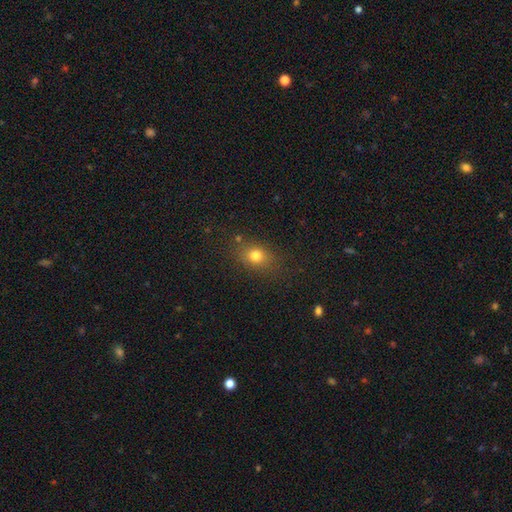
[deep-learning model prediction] smooth 76%, star or artifact 14%, featured or disk 9%. Down the decision tree: how rounded — in between (50%); merging — none (79%).